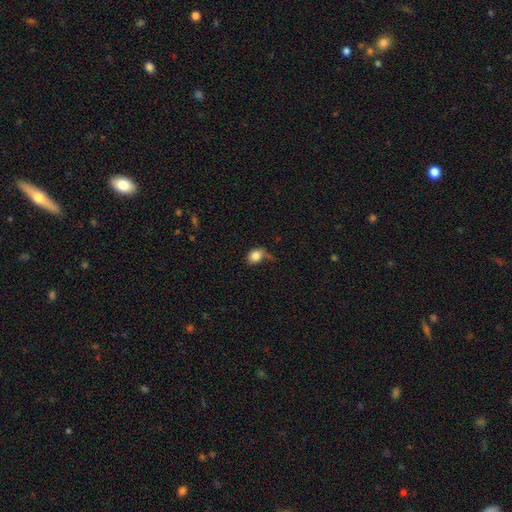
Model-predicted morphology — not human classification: Smooth or featured? smooth (83%)
How rounded? in between (67%)
Merging? none (44%)